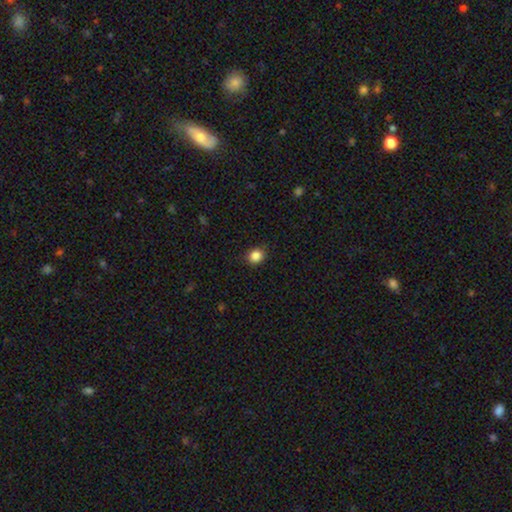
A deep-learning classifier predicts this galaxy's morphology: smooth-or-featured: smooth: 85% | star or artifact: 11% | featured or disk: 4%
  how-rounded: round: 75% | in between: 24% | cigar-shaped: 1%
  merging: none: 89% | minor disturbance: 8% | major disturbance: 2% | merger: 1%